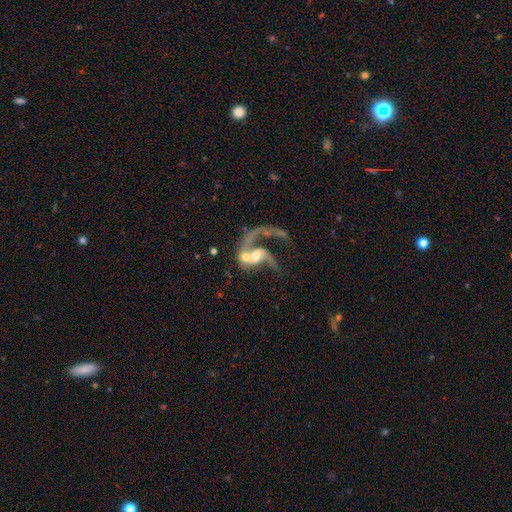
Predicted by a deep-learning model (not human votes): Q: Smooth or featured?
A: featured or disk (75%); runner-up: smooth (17%)
Q: Edge-on disk?
A: no (97%); runner-up: yes (3%)
Q: Bar?
A: no (62%); runner-up: weak (29%)
Q: Spiral arms?
A: yes (83%); runner-up: no (17%)
Q: Spiral winding?
A: loose (73%); runner-up: medium (22%)
Q: Spiral arm count?
A: 2 (45%); runner-up: 1 (44%)
Q: Bulge size?
A: moderate (54%); runner-up: small (25%)
Q: Merging?
A: merger (58%); runner-up: major disturbance (21%)